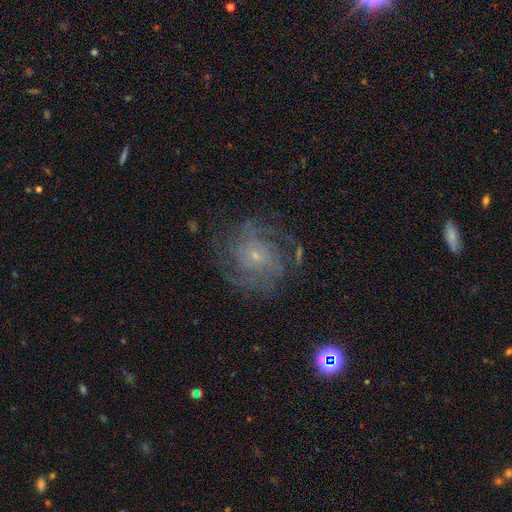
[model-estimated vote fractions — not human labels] A featured or disk galaxy (81%) with no bar (74%), tight (51%) spiral arms (93%) and a small central bulge (77%).

Vote fractions:
- Smooth or featured? featured or disk: 81% / smooth: 9% / star or artifact: 9%
- Edge-on disk? no: 98% / yes: 2%
- Bar? no: 74% / weak: 21% / strong: 5%
- Spiral arms? yes: 93% / no: 7%
- Spiral winding? tight: 51% / medium: 38% / loose: 11%
- Spiral arm count? can't tell: 30% / 2: 28% / 3: 20% / 4: 10% / more than 4: 6% / 1: 6%
- Bulge size? small: 77% / moderate: 16% / none: 4% / large: 2% / dominant: 1%
- Merging? none: 72% / minor disturbance: 15% / major disturbance: 12% / merger: 2%